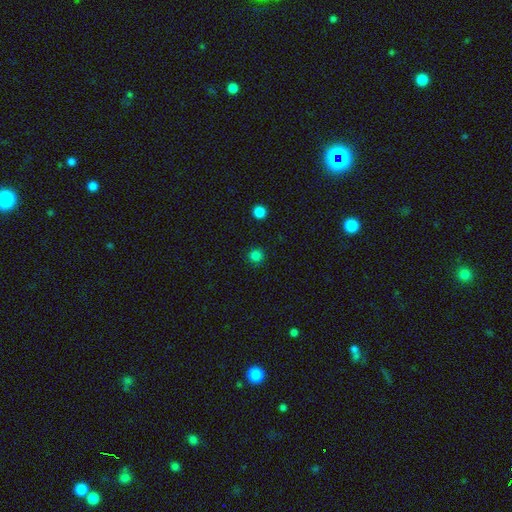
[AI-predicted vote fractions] The model was most divided on "smooth or featured": smooth: 81%, star or artifact: 16%, featured or disk: 3%. More confident: how rounded — round (94%); merging — none (89%).